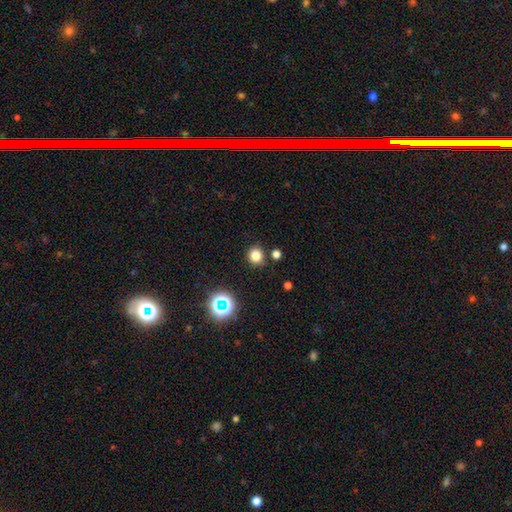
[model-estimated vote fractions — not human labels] This is likely a smooth galaxy (79%). How rounded: clearly round (90%). Merging: clearly none (86%).